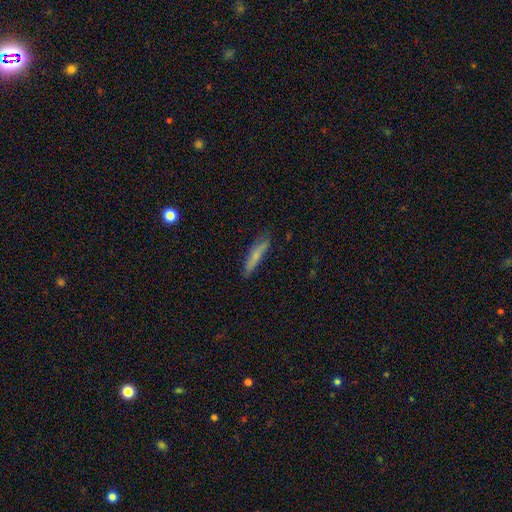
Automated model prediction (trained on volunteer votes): Overall: smooth (65%; featured or disk 28%). How rounded: cigar-shaped (88%). Merging: none (78%).